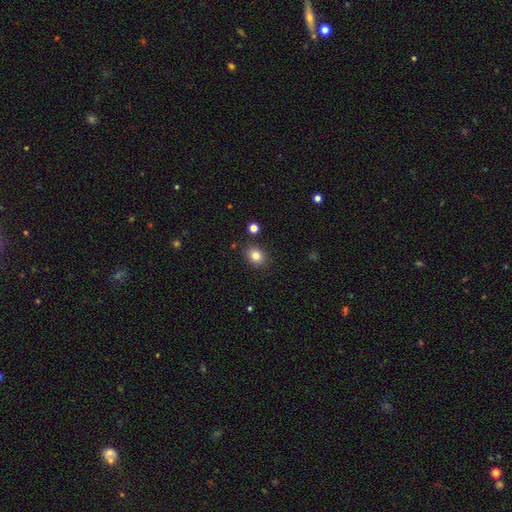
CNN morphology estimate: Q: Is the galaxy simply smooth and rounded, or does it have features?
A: smooth — 82%.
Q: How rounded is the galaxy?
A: round — 51%.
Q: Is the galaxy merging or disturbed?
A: none — 86%.